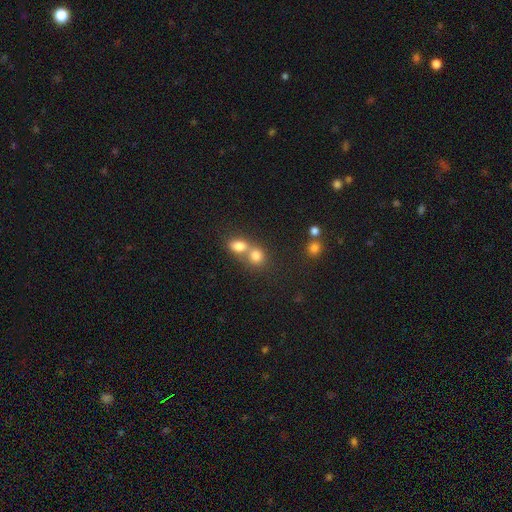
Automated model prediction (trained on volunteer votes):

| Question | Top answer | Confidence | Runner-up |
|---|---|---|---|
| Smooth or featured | smooth | 79% | star or artifact (12%) |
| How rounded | round | 69% | in between (29%) |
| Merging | merger | 58% | none (33%) |